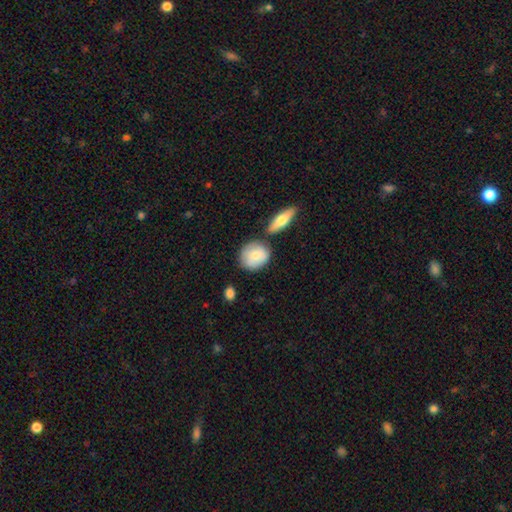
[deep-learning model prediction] This is likely a smooth galaxy (77%). How rounded: likely round (75%). Merging: likely none (67%).